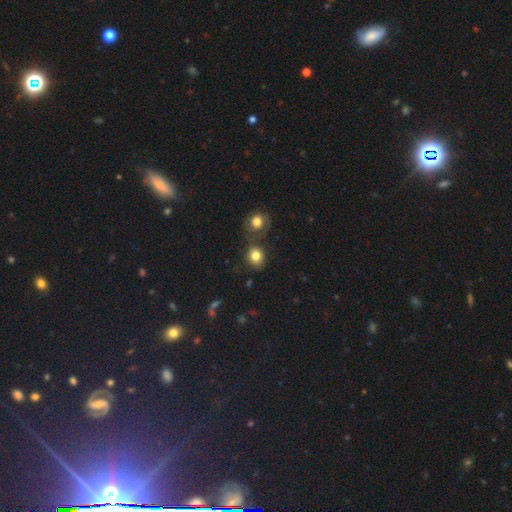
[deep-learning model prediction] A smooth galaxy with no disk features (82%) that is round (69%). Merging: none (60%).